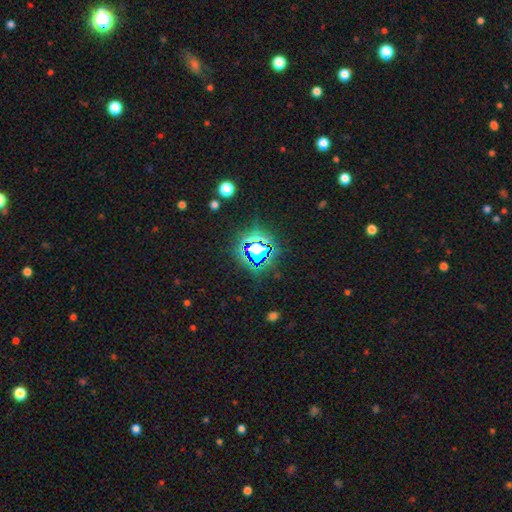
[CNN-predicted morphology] Smooth or featured? Predicted: star or artifact (p=0.83).